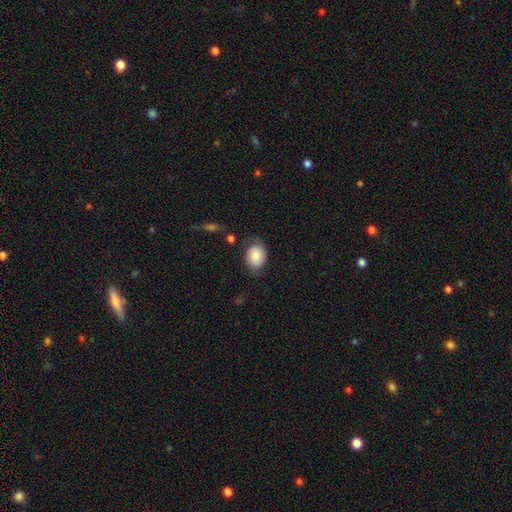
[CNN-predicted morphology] Smooth or featured? smooth (80%)
How rounded? in between (67%)
Merging? none (66%)